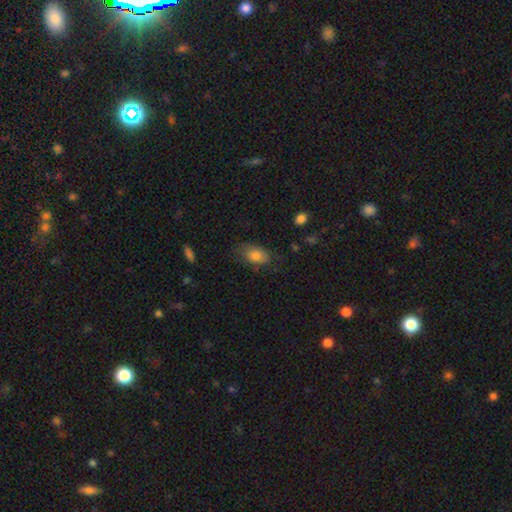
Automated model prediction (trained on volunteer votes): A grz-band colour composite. It shows a smooth galaxy with no disk features (79%) that is in between round and cigar-shaped (88%). Merging: none (62%).